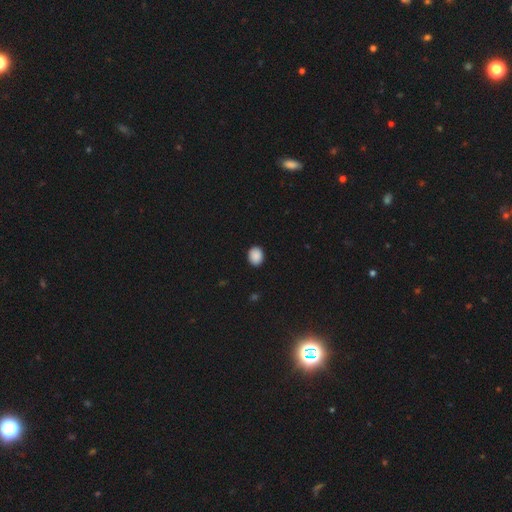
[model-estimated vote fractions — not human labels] Smooth or featured? smooth (89%)
How rounded? round (55%)
Merging? none (91%)